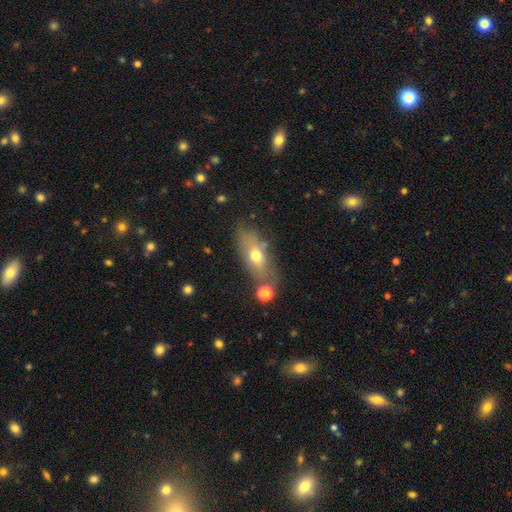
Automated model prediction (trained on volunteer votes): A smooth galaxy with no disk features (62%) that is in between round and cigar-shaped (71%).

Vote fractions:
- Smooth or featured? smooth: 62% / featured or disk: 29% / star or artifact: 9%
- How rounded? in between: 71% / cigar-shaped: 21% / round: 7%
- Merging? none: 63% / minor disturbance: 19% / merger: 10% / major disturbance: 8%